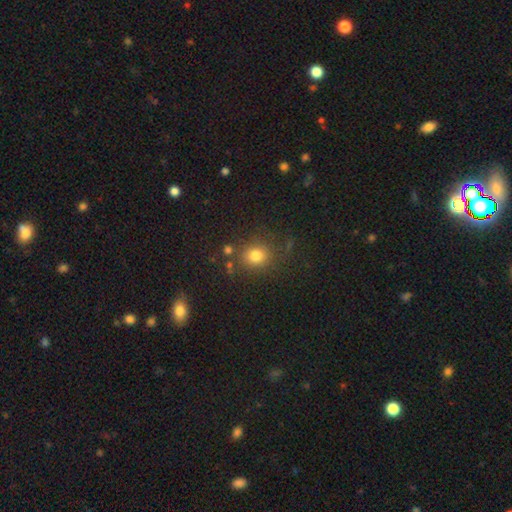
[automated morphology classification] A smooth galaxy with no disk features (78%) that is round (82%). Merging: none (78%).